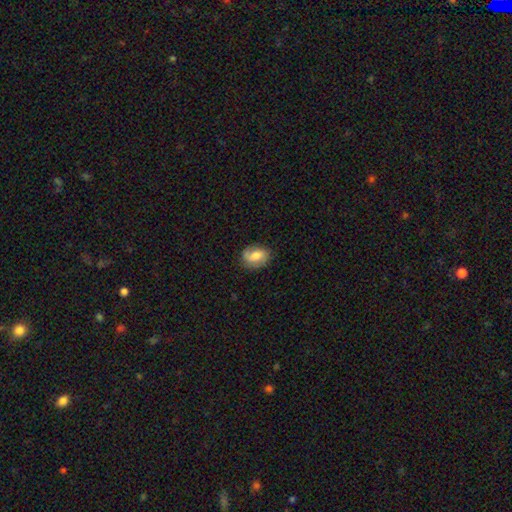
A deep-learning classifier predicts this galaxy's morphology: smooth 55%, featured or disk 37%, star or artifact 8%. Down the decision tree: how rounded — in between (69%); merging — none (73%).